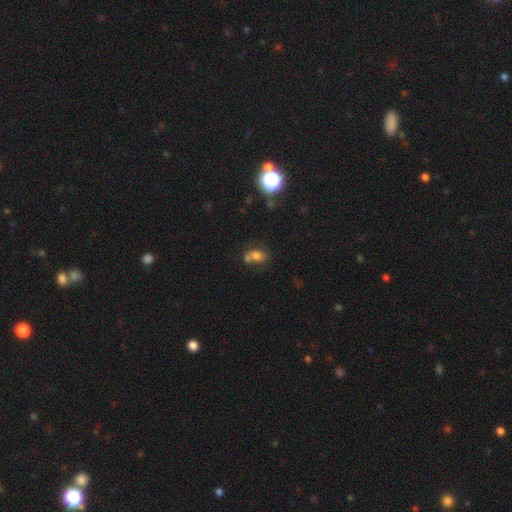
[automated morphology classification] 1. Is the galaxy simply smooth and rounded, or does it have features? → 66% smooth, 18% star or artifact, 17% featured or disk.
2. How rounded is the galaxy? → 75% in between, 22% round, 3% cigar-shaped.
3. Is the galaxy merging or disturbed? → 41% none, 37% merger, 15% minor disturbance, 7% major disturbance.